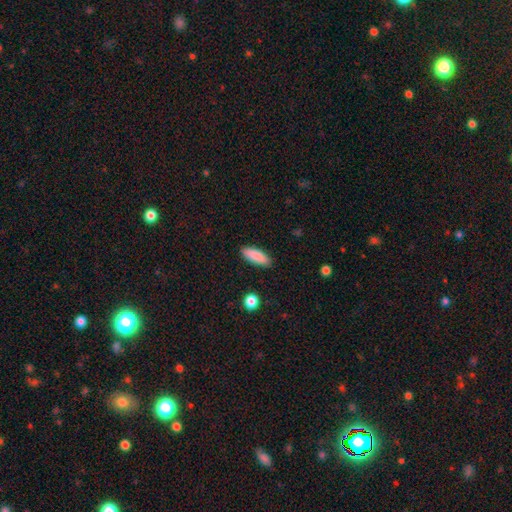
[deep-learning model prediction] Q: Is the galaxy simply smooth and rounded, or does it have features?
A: smooth — 88%.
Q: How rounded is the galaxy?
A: in between — 65%.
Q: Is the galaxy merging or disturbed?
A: none — 89%.